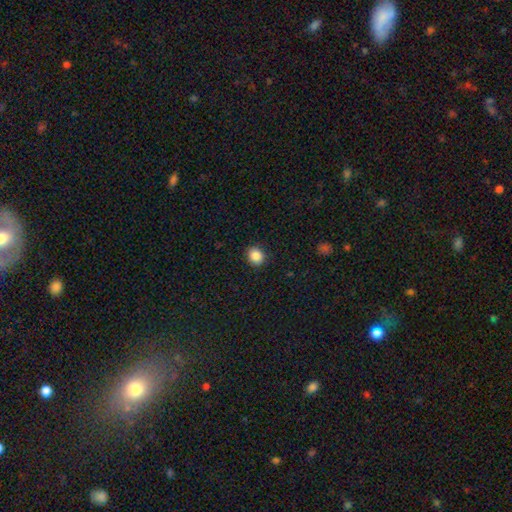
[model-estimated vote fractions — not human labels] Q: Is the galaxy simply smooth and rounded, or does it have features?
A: smooth — 87%.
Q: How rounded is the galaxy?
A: round — 75%.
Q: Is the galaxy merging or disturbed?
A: none — 90%.